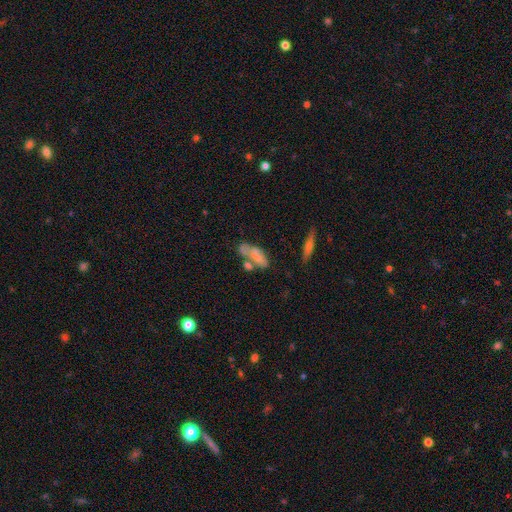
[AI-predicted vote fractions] This appears to be a smooth galaxy with no disk features (58%) that is in between round and cigar-shaped (79%). Merging: merger (35%).